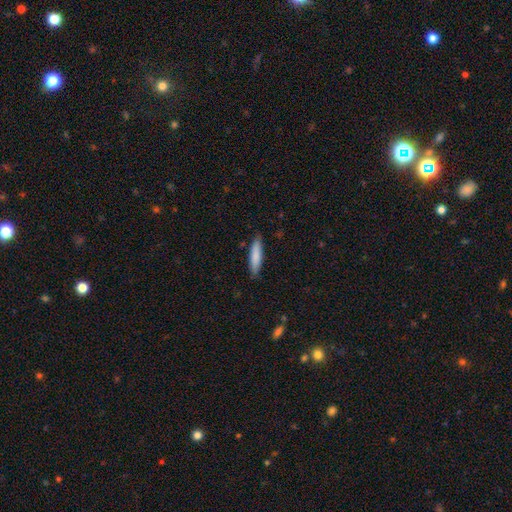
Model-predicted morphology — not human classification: The model was most divided on "how rounded": cigar-shaped: 77%, in between: 22%, round: 1%. More confident: merging — none (84%); smooth or featured — smooth (82%).